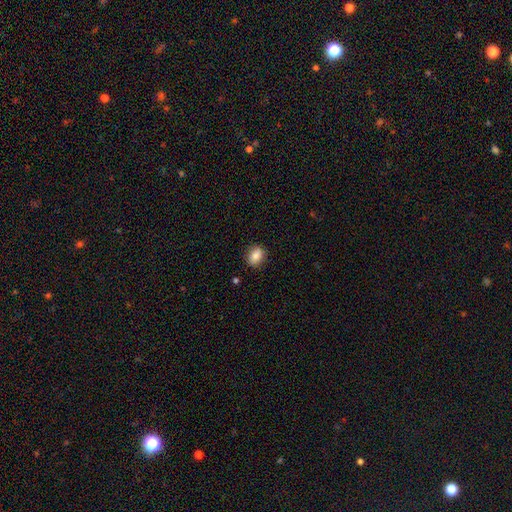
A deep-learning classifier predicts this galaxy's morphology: type=smooth (83%); roundness=in between (66%); merging=none (87%).